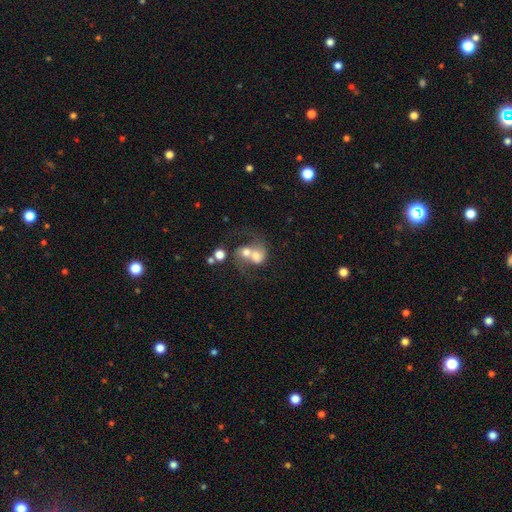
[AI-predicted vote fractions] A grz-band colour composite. It shows a featured or disk galaxy (49%). Merging: merger (73%).